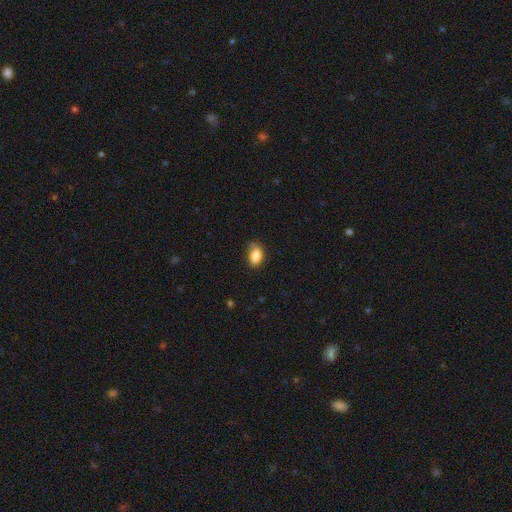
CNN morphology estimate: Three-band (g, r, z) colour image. It shows a smooth galaxy with no disk features (86%) that is in between round and cigar-shaped (87%). Merging: none (64%).